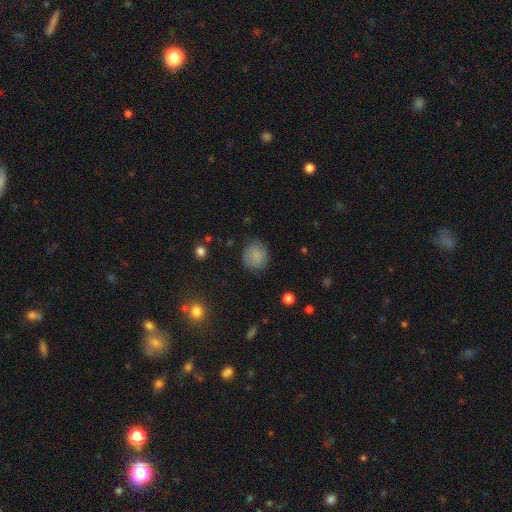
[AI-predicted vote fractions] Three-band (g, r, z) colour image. It shows a smooth galaxy with no disk features (82%) that is round (83%). Merging: none (80%).